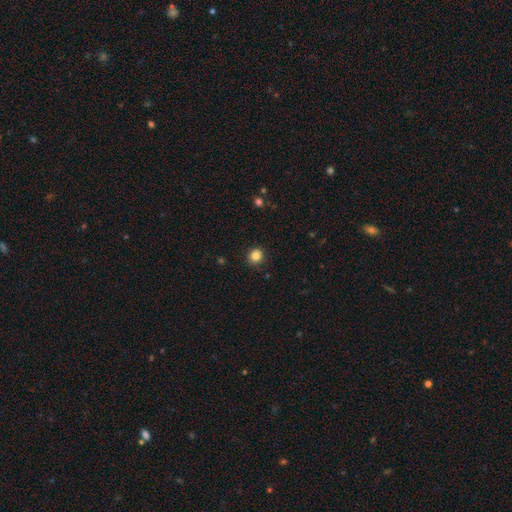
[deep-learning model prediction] smooth-or-featured: smooth: 84% | star or artifact: 12% | featured or disk: 4%
  how-rounded: round: 93% | in between: 6% | cigar-shaped: 1%
  merging: none: 92% | minor disturbance: 5% | major disturbance: 2% | merger: 1%